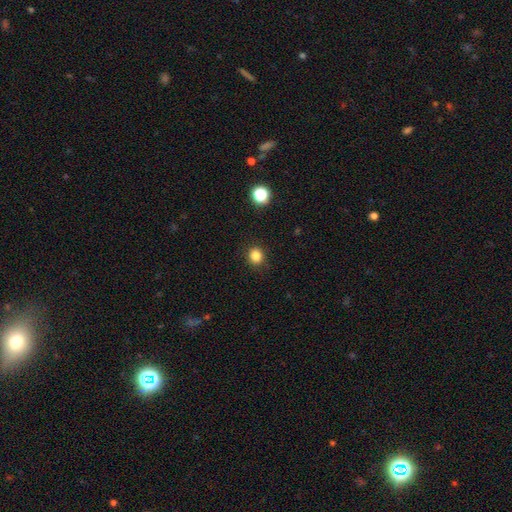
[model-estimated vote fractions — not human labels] Overall: smooth (84%). How rounded: round (84%). Merging: none (90%).